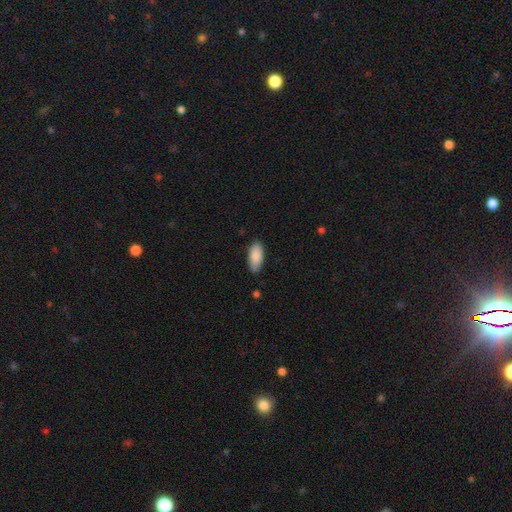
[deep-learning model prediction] smooth-or-featured: smooth: 89% | star or artifact: 6% | featured or disk: 5%
  how-rounded: in between: 90% | cigar-shaped: 8% | round: 2%
  merging: none: 81% | minor disturbance: 15% | major disturbance: 2% | merger: 1%